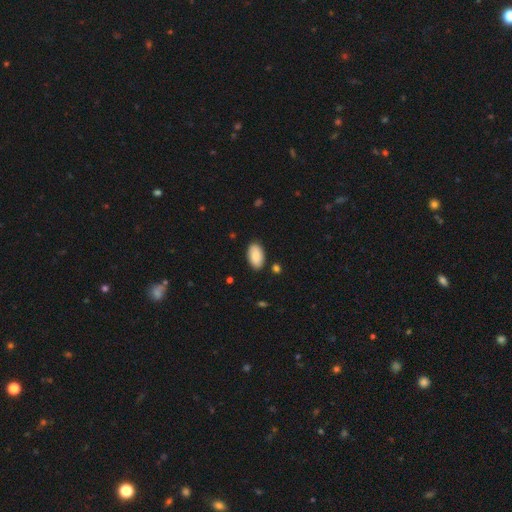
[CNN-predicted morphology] Smooth or featured?
  - smooth: 89% *
  - star or artifact: 6%
  - featured or disk: 5%
How rounded?
  - in between: 95% *
  - round: 3%
  - cigar-shaped: 2%
Merging?
  - none: 87% *
  - minor disturbance: 9%
  - major disturbance: 2%
  - merger: 2%